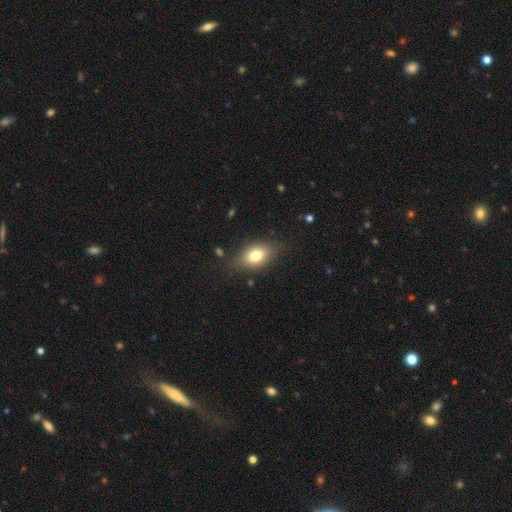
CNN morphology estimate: Smooth or featured? smooth (77%)
How rounded? in between (84%)
Merging? none (79%)